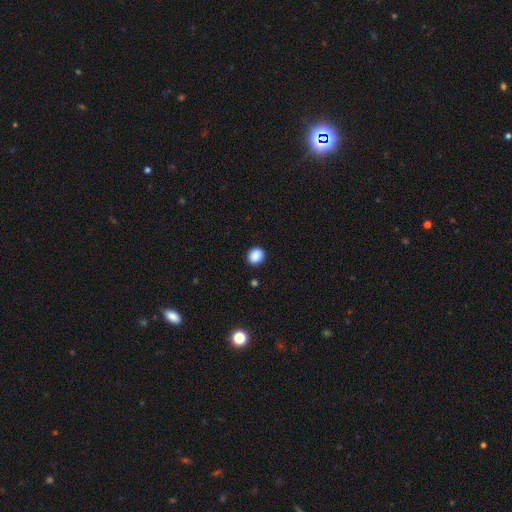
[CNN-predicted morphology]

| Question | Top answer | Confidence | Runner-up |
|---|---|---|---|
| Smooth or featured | smooth | 88% | star or artifact (9%) |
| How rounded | round | 78% | in between (21%) |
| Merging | none | 90% | minor disturbance (7%) |